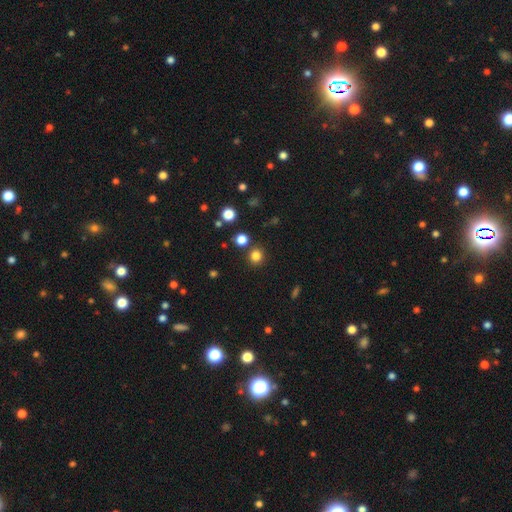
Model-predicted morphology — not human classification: This appears to be a smooth galaxy with no disk features (81%) that is round (90%). Merging: none (85%).